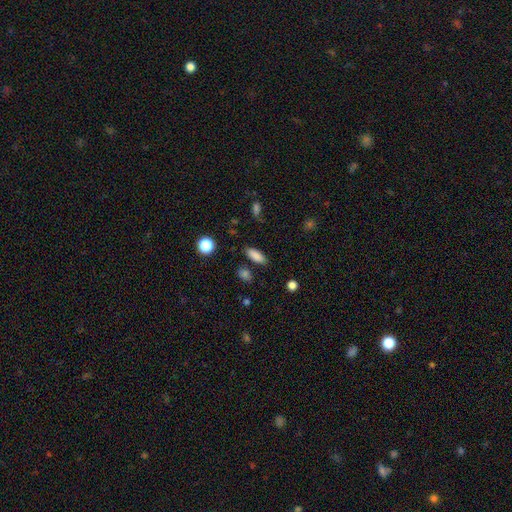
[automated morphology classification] A smooth galaxy with no disk features (85%) that is in between round and cigar-shaped (74%).

Vote fractions:
- Smooth or featured? smooth: 85% / star or artifact: 9% / featured or disk: 6%
- How rounded? in between: 74% / cigar-shaped: 22% / round: 3%
- Merging? none: 84% / minor disturbance: 10% / merger: 3% / major disturbance: 3%